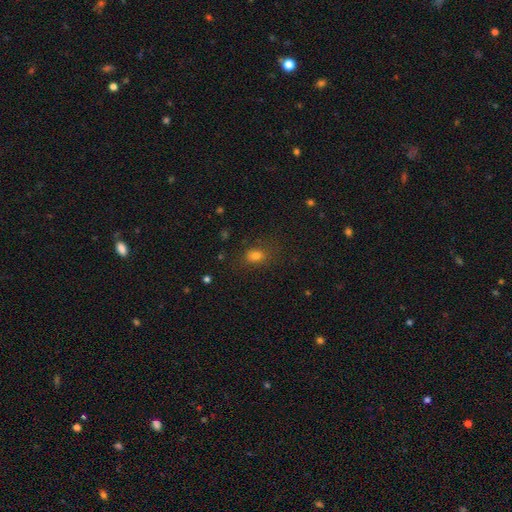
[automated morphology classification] Overall: smooth (75%). How rounded: in between (63%; round 35%). Merging: none (75%).